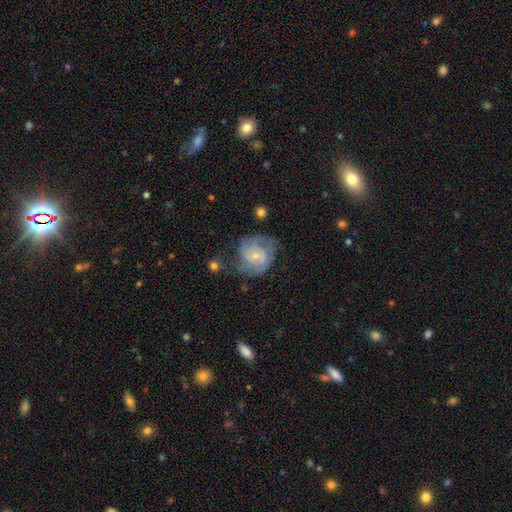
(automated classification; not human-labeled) Smooth or featured: featured or disk — 73% (smooth — 20%)
Edge-on disk: no — 98% (yes — 2%)
Bar: no — 64% (weak — 31%)
Spiral arms: yes — 89% (no — 11%)
Spiral winding: tight — 45% (medium — 41%)
Spiral arm count: 2 — 51% (can't tell — 24%)
Bulge size: small — 69% (moderate — 26%)
Merging: none — 50% (minor disturbance — 26%)